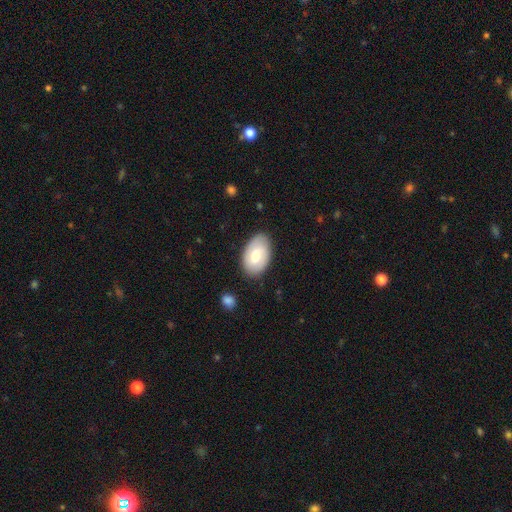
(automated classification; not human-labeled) Smooth or featured? smooth (65%)
How rounded? in between (90%)
Merging? none (80%)